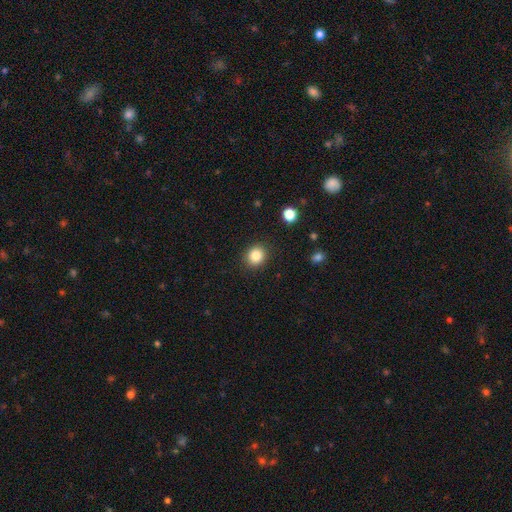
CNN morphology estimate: smooth-or-featured: smooth: 84% | star or artifact: 11% | featured or disk: 5%
  how-rounded: round: 78% | in between: 21% | cigar-shaped: 1%
  merging: none: 90% | minor disturbance: 6% | major disturbance: 2% | merger: 1%